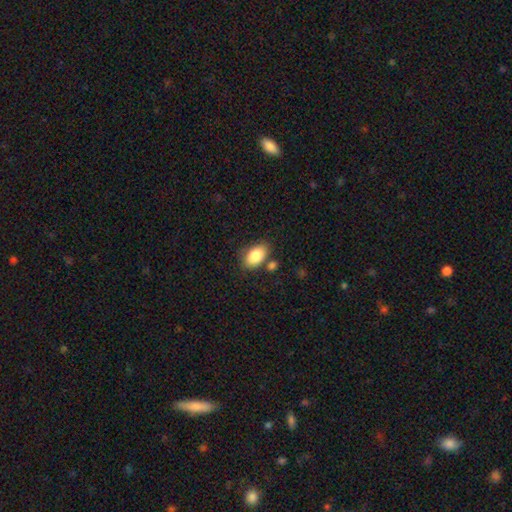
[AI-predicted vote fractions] Morphology: type=smooth (86%); roundness=in between (92%); merging=none (74%).